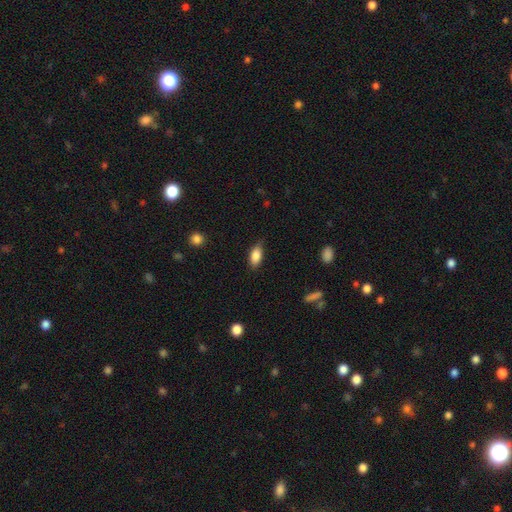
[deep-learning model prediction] smooth-or-featured: smooth: 84% | featured or disk: 8% | star or artifact: 7%
  how-rounded: in between: 87% | cigar-shaped: 9% | round: 4%
  merging: none: 77% | minor disturbance: 19% | major disturbance: 3% | merger: 1%